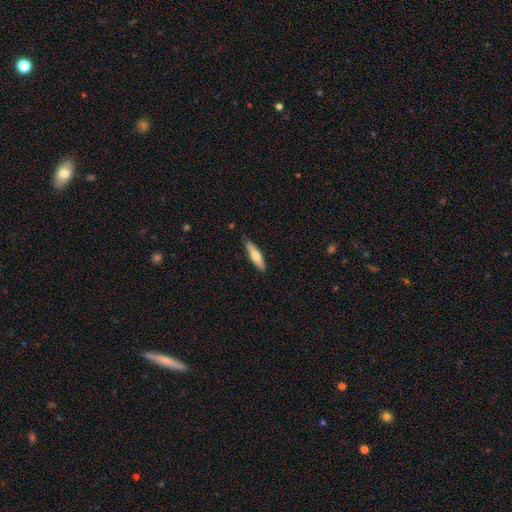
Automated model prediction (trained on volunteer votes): Q: Smooth or featured?
A: smooth (61%); runner-up: featured or disk (34%)
Q: How rounded?
A: cigar-shaped (75%); runner-up: in between (24%)
Q: Merging?
A: none (83%); runner-up: minor disturbance (13%)